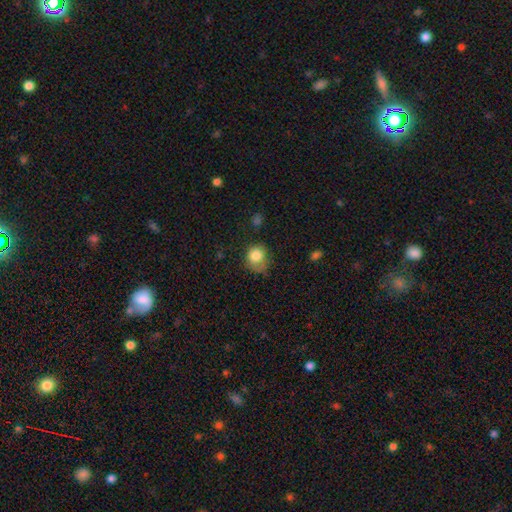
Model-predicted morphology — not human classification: This is clearly a smooth galaxy (82%). How rounded: likely round (72%). Merging: possibly none (46%).